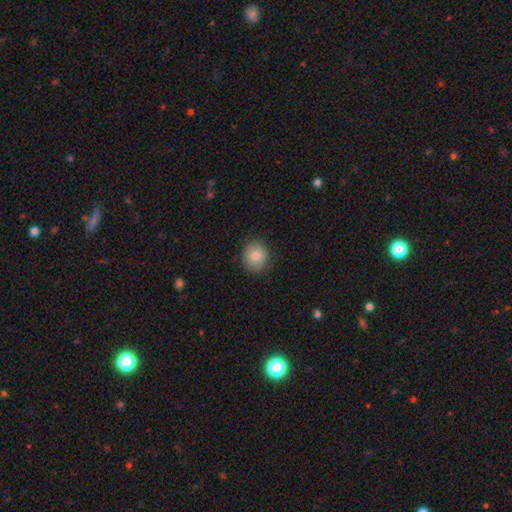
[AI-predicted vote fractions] This appears to be a smooth galaxy with no disk features (81%) that is round (78%). Merging: none (87%).